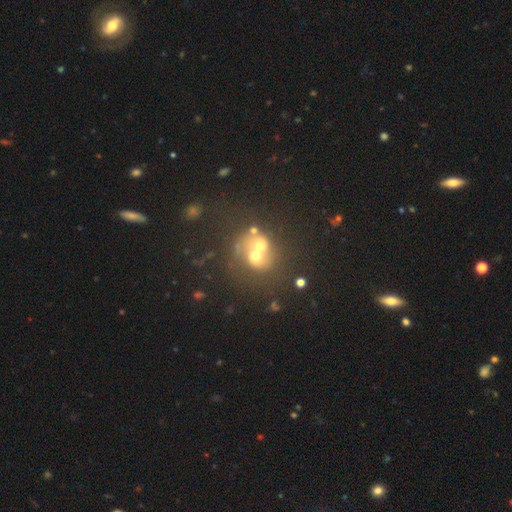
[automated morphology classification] A smooth galaxy with no disk features (46%). Merging: merger (64%).